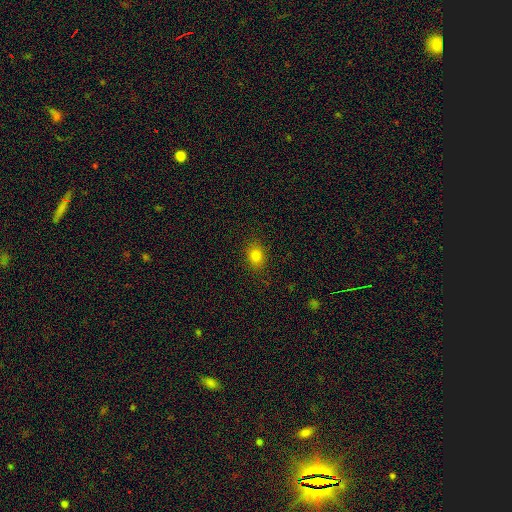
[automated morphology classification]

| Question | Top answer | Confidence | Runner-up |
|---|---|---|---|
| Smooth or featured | smooth | 80% | star or artifact (13%) |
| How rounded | in between | 56% | round (43%) |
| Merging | none | 88% | minor disturbance (9%) |